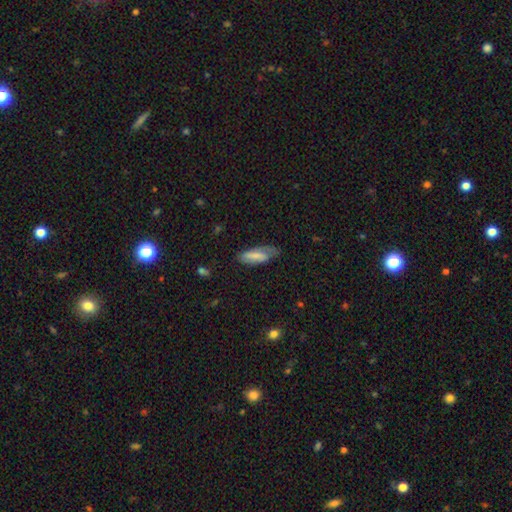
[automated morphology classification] Smooth or featured? Predicted: smooth (p=0.67). How rounded? Predicted: in between (p=0.65). Merging? Predicted: none (p=0.56).